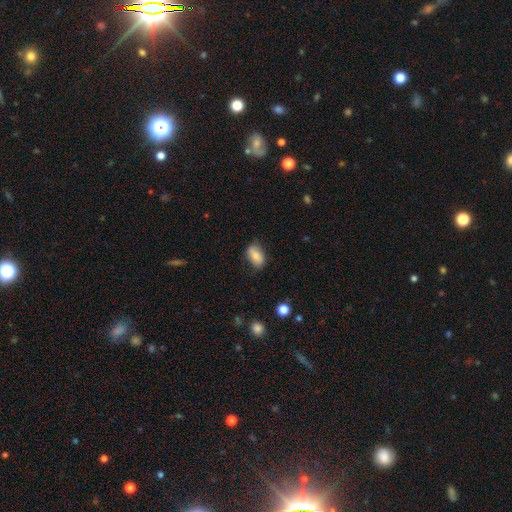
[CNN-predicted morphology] smooth-or-featured: smooth: 80% | featured or disk: 13% | star or artifact: 7%
  how-rounded: in between: 89% | round: 8% | cigar-shaped: 3%
  merging: none: 73% | minor disturbance: 21% | major disturbance: 4% | merger: 1%